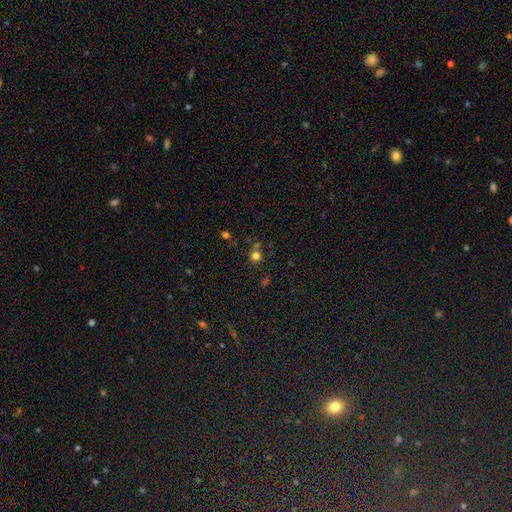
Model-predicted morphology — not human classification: Q: Smooth or featured?
A: smooth (75%); runner-up: star or artifact (20%)
Q: How rounded?
A: round (92%); runner-up: in between (7%)
Q: Merging?
A: none (74%); runner-up: merger (14%)